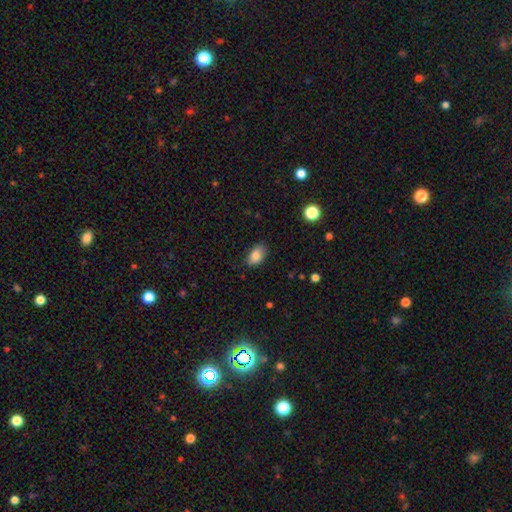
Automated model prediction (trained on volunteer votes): Q: Smooth or featured?
A: smooth (85%); runner-up: star or artifact (8%)
Q: How rounded?
A: in between (90%); runner-up: round (9%)
Q: Merging?
A: none (79%); runner-up: minor disturbance (17%)